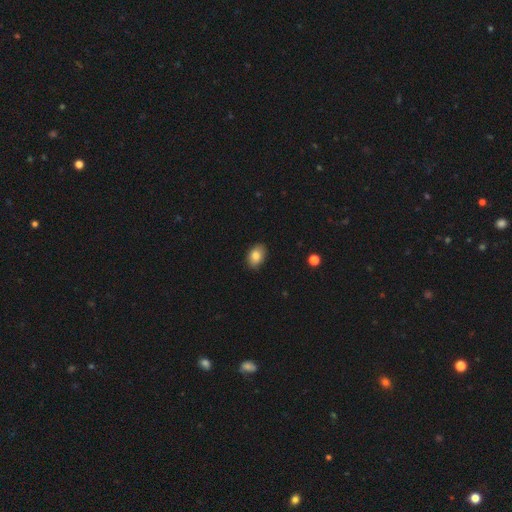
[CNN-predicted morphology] This is clearly a smooth galaxy (83%). How rounded: clearly in between (84%). Merging: clearly none (87%).